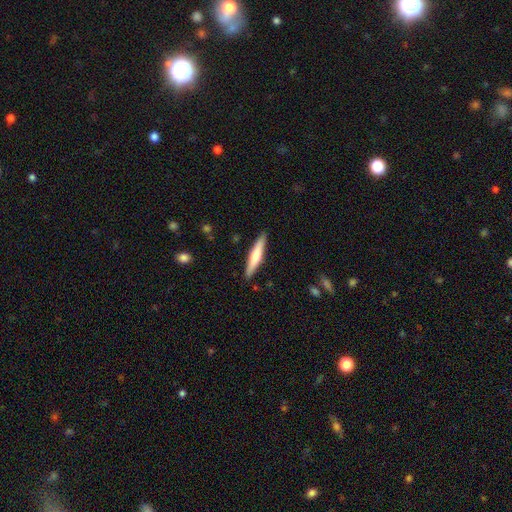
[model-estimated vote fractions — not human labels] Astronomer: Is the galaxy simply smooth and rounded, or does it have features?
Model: smooth — 57% (runner-up: featured or disk, 38%).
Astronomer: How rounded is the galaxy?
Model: cigar-shaped — 90%.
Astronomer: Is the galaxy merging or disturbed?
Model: none — 90%.